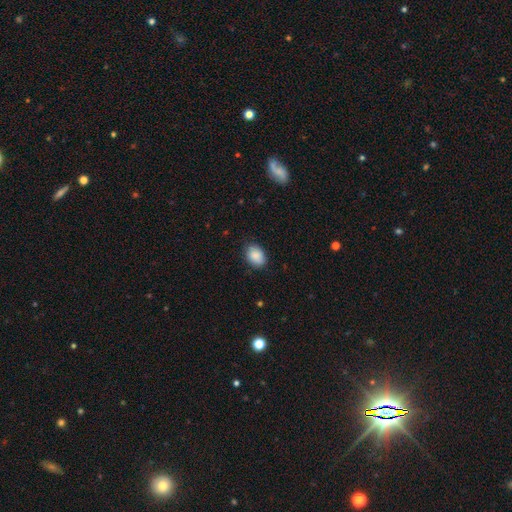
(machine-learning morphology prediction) smooth_or_featured: smooth (p=0.88) [alt: star or artifact p=0.07]
how_rounded: in between (p=0.78) [alt: round p=0.21]
merging: none (p=0.82) [alt: minor disturbance p=0.15]